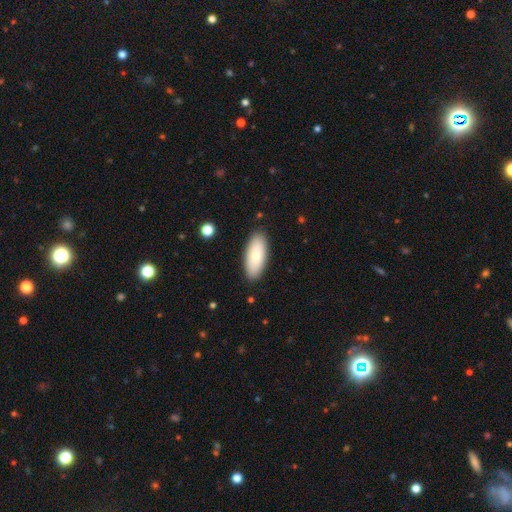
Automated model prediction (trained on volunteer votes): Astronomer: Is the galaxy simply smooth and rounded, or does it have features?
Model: smooth — 81%.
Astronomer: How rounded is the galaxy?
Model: in between — 83%.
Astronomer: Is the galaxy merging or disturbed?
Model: none — 88%.